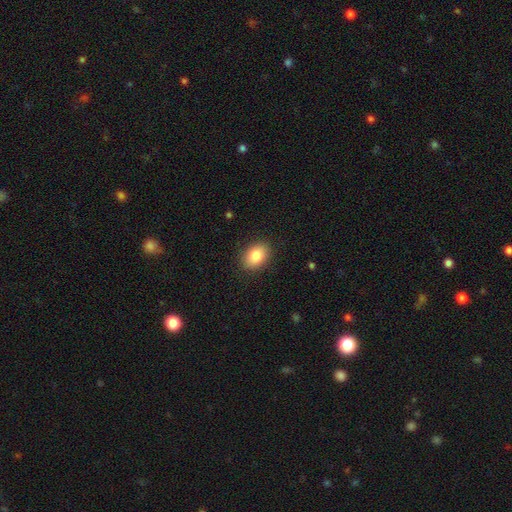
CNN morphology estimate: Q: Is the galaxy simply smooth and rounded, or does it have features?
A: smooth — 84%.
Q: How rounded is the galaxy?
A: in between — 74%.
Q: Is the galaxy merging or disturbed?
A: none — 88%.